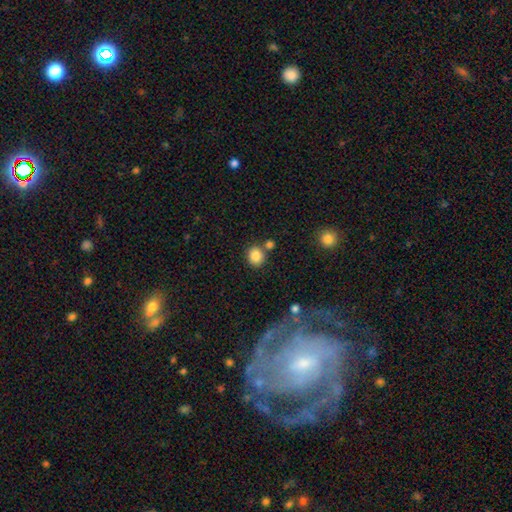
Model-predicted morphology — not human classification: A smooth galaxy with no disk features (85%) that is round (78%). Merging: none (72%).